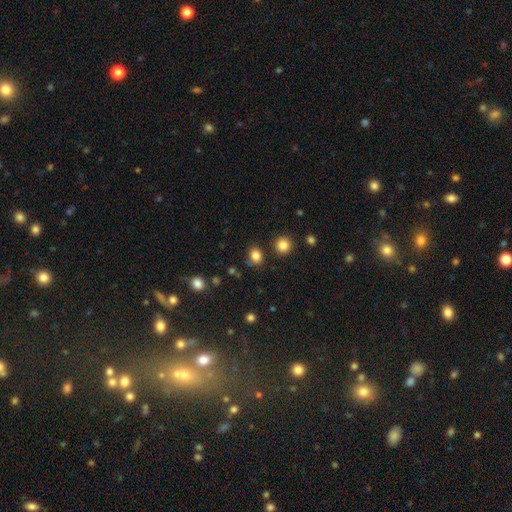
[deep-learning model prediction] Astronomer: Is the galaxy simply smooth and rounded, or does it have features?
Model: smooth — 83%.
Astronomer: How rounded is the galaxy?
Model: round — 61% (runner-up: in between, 38%).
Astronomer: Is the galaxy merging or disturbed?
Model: none — 80%.